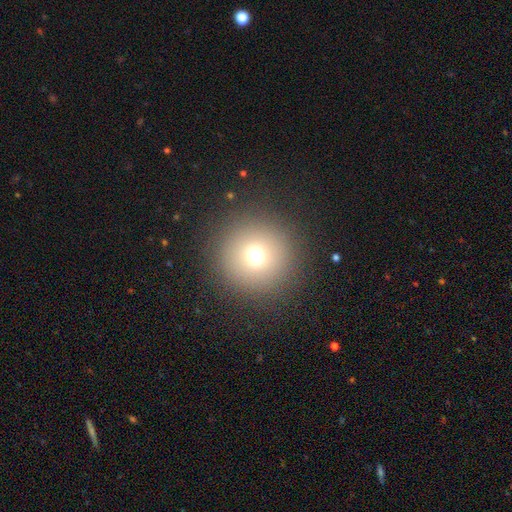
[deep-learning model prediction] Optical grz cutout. It shows a smooth galaxy with no disk features (70%) that is round (96%). Merging: none (90%).